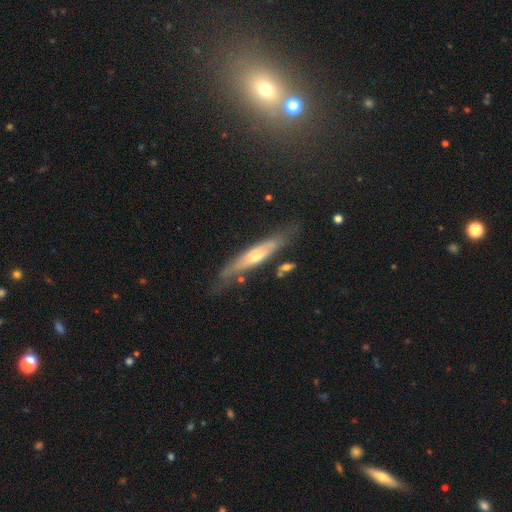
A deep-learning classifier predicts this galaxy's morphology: A featured or disk galaxy (62%) viewed edge-on (72%). Merging: none (72%).